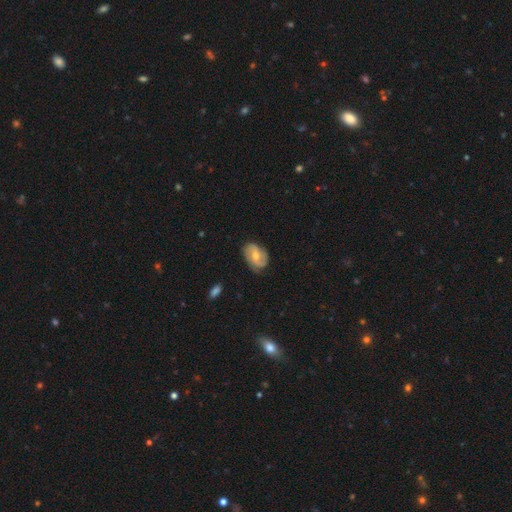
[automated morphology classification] Smooth or featured? Predicted: featured or disk (p=0.58). Edge-on disk? Predicted: no (p=0.96). Bar? Predicted: no (p=0.49). Spiral arms? Predicted: yes (p=0.86). Bulge size? Predicted: moderate (p=0.56). Merging? Predicted: none (p=0.71).